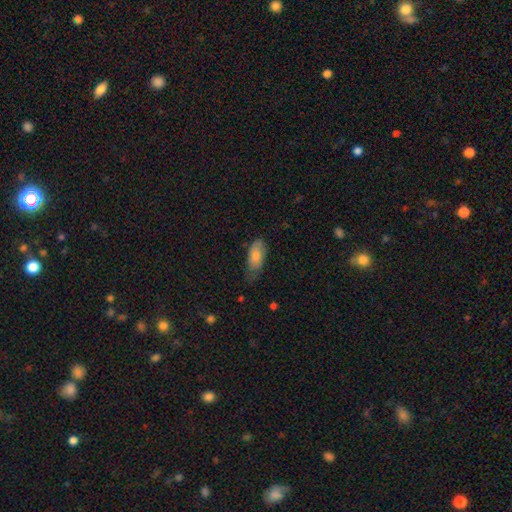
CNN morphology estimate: Q: Smooth or featured?
A: smooth (80%); runner-up: featured or disk (13%)
Q: How rounded?
A: in between (88%); runner-up: cigar-shaped (9%)
Q: Merging?
A: none (50%); runner-up: minor disturbance (38%)